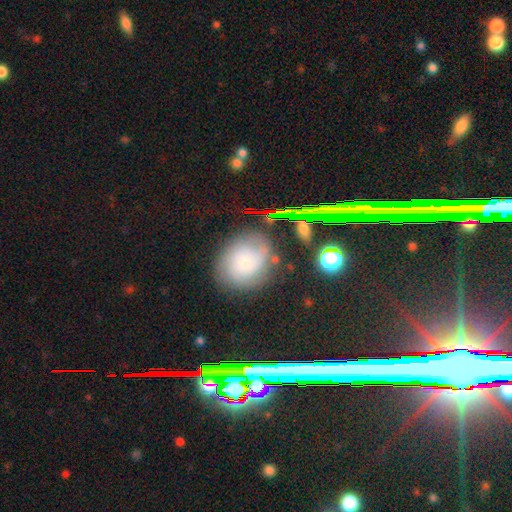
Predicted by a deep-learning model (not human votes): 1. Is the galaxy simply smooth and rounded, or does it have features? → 44% featured or disk, 41% smooth, 15% star or artifact.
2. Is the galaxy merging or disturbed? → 73% none, 17% minor disturbance, 7% major disturbance, 3% merger.